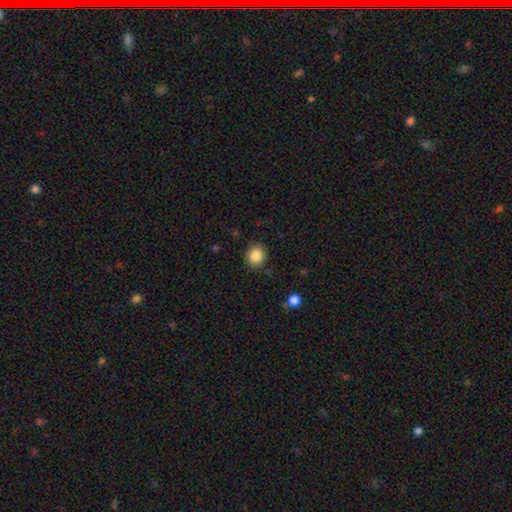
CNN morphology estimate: type=smooth (86%); roundness=round (84%); merging=none (88%).